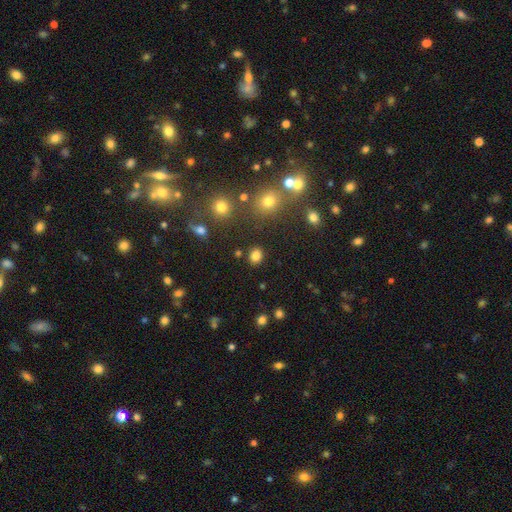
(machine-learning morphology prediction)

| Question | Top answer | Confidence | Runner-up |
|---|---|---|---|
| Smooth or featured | smooth | 81% | star or artifact (14%) |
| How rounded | round | 67% | in between (32%) |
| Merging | none | 87% | minor disturbance (7%) |